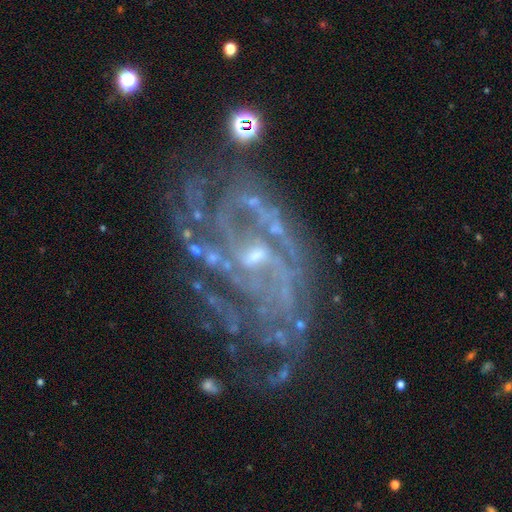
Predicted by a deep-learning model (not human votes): A featured or disk galaxy (84%) with no bar (47%), tight (52%) spiral arms (94%) and a small central bulge (76%).

Vote fractions:
- Smooth or featured? featured or disk: 84% / star or artifact: 11% / smooth: 5%
- Edge-on disk? no: 96% / yes: 4%
- Bar? no: 47% / weak: 38% / strong: 15%
- Spiral arms? yes: 94% / no: 6%
- Spiral winding? tight: 52% / medium: 36% / loose: 12%
- Spiral arm count? can't tell: 32% / 2: 16% / 4: 16% / 3: 16% / more than 4: 11% / 1: 9%
- Bulge size? small: 76% / moderate: 16% / none: 6% / large: 1% / dominant: 1%
- Merging? none: 60% / minor disturbance: 18% / major disturbance: 17% / merger: 4%